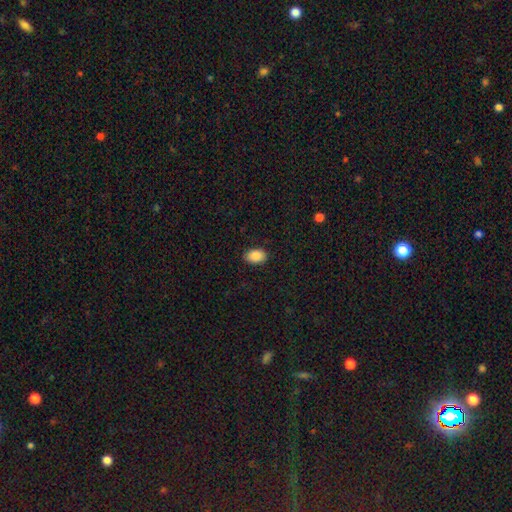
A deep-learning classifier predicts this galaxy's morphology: The model was most divided on "how rounded": in between: 87%, round: 11%, cigar-shaped: 1%. More confident: smooth or featured — smooth (89%); merging — none (88%).